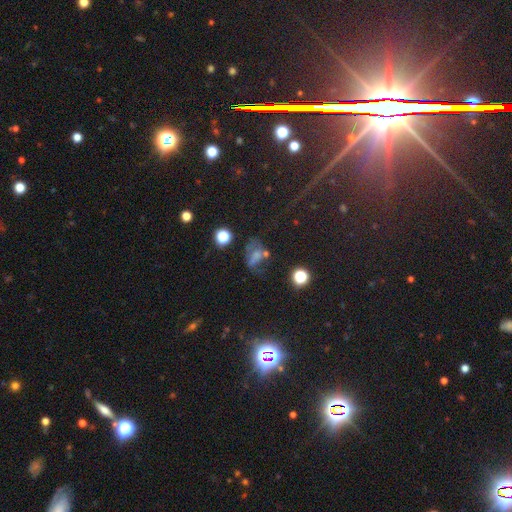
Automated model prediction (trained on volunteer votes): Smooth or featured? Predicted: smooth (p=0.45). Merging? Predicted: none (p=0.34).